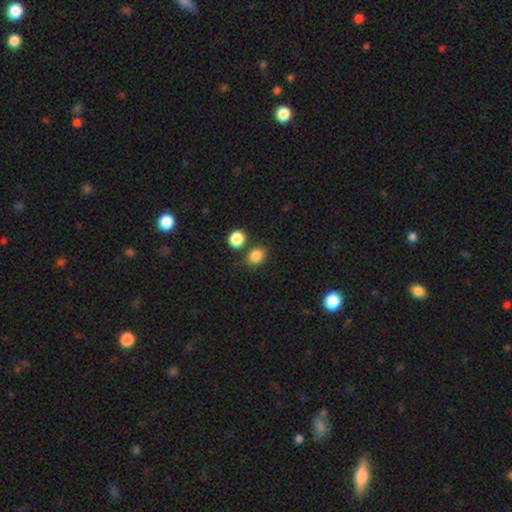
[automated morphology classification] The model was most divided on "how rounded": round: 54%, in between: 45%, cigar-shaped: 1%. More confident: smooth or featured — smooth (85%); merging — none (73%).